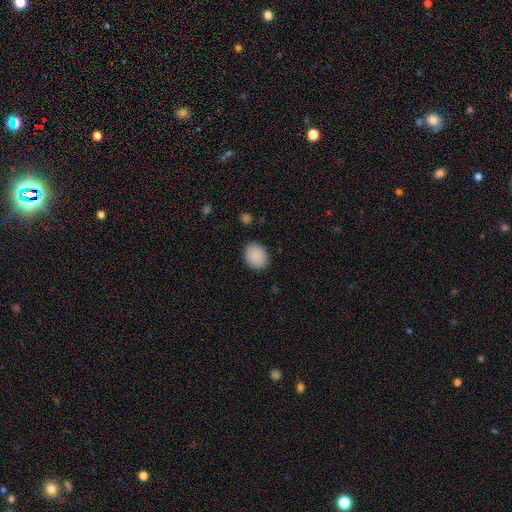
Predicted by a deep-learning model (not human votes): This is clearly a smooth galaxy (89%). How rounded: possibly round (58%). Merging: clearly none (88%).